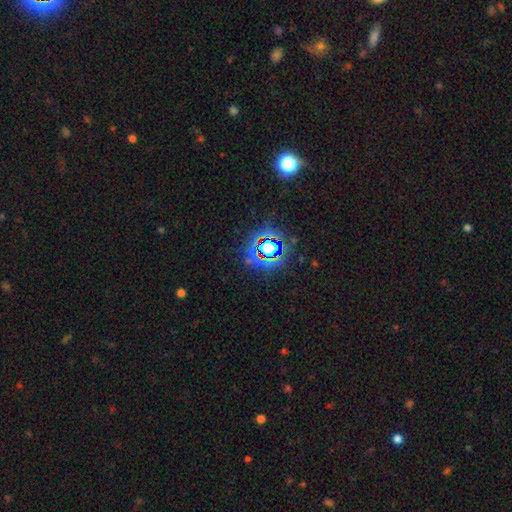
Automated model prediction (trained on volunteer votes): Smooth or featured? star or artifact (79%)